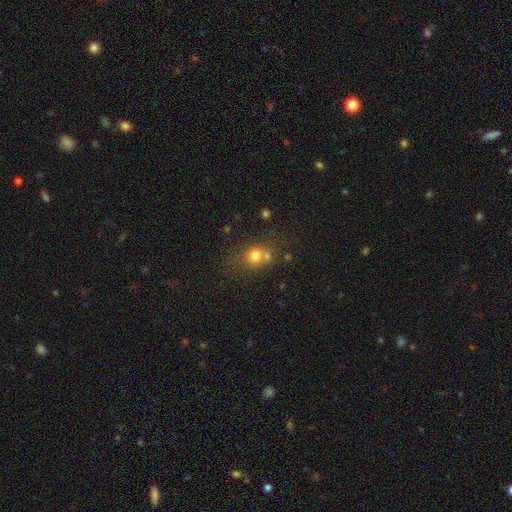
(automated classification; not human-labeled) smooth 73%, star or artifact 15%, featured or disk 12%. Down the decision tree: how rounded — round (74%); merging — none (50%).